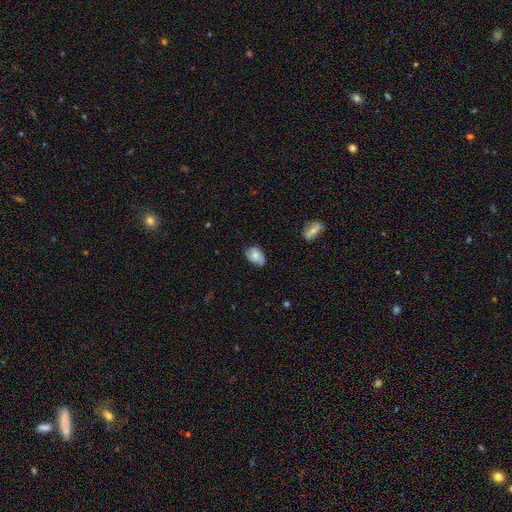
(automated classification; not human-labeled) smooth_or_featured: smooth (p=0.60) [alt: featured or disk p=0.32]
how_rounded: in between (p=0.84) [alt: round p=0.14]
merging: none (p=0.63) [alt: minor disturbance p=0.30]